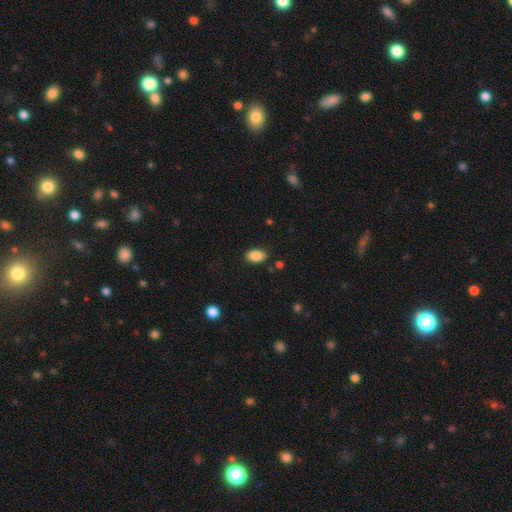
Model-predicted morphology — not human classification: Smooth or featured? Predicted: smooth (p=0.87). How rounded? Predicted: in between (p=0.90). Merging? Predicted: none (p=0.87).